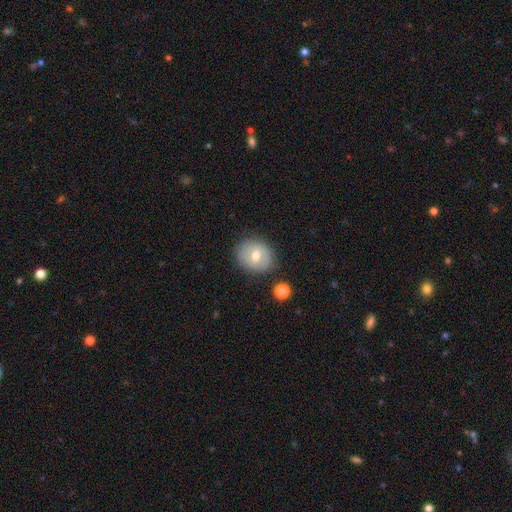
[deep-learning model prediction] This is likely a smooth galaxy (62%). How rounded: likely round (67%). Merging: clearly none (81%).